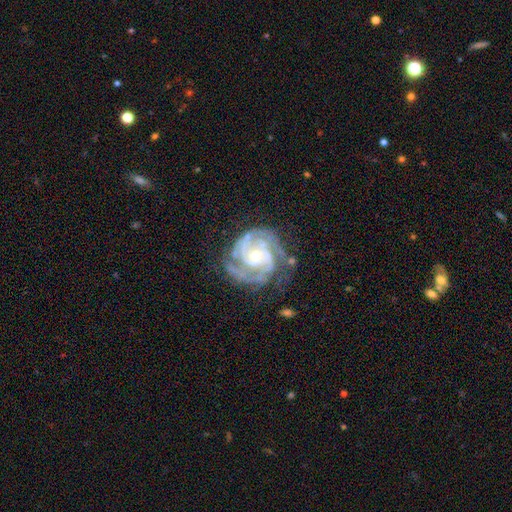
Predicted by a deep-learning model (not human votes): This appears to be a featured or disk galaxy (91%) with no bar (67%), 2 (40%) tight (66%) spiral arms (98%) and a small central bulge (54%). Merging: none (67%).